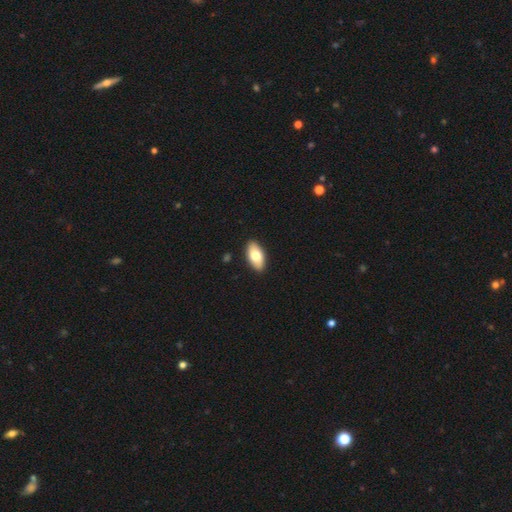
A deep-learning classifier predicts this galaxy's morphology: This is likely a smooth galaxy (75%). How rounded: clearly in between (93%). Merging: clearly none (90%).